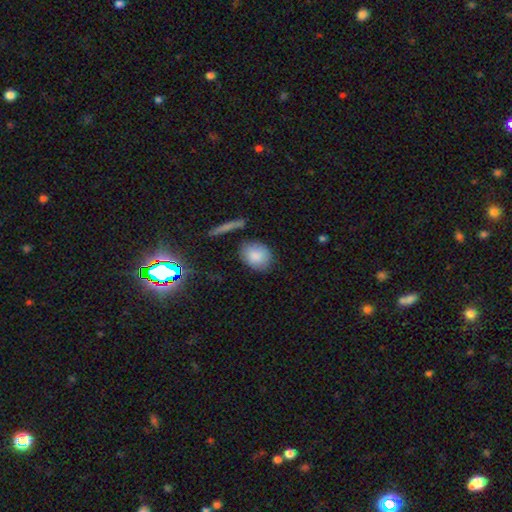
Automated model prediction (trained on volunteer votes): A smooth galaxy with no disk features (84%) that is in between round and cigar-shaped (54%). Merging: none (75%).